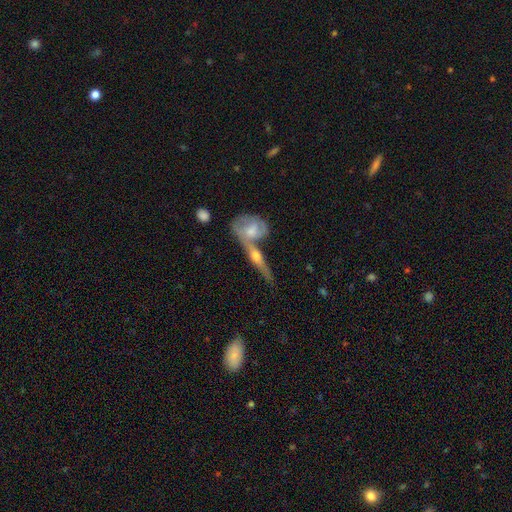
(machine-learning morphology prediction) Q: Smooth or featured?
A: featured or disk (69%); runner-up: smooth (24%)
Q: Edge-on disk?
A: yes (81%); runner-up: no (19%)
Q: Edge-on bulge?
A: rounded (90%); runner-up: none (6%)
Q: Merging?
A: none (42%); tied with: merger (42%)